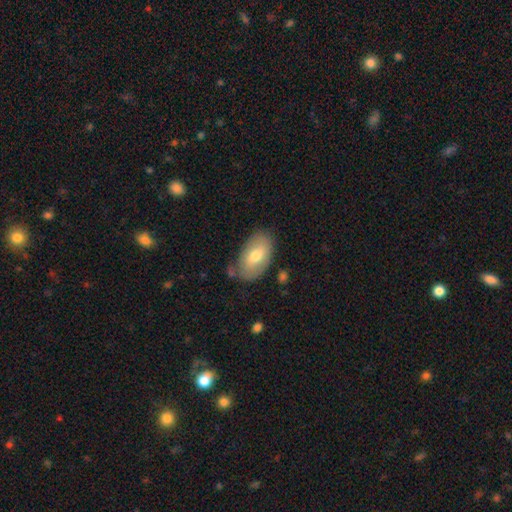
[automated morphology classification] smooth 67%, featured or disk 26%, star or artifact 7%. Down the decision tree: how rounded — in between (93%); merging — none (74%).